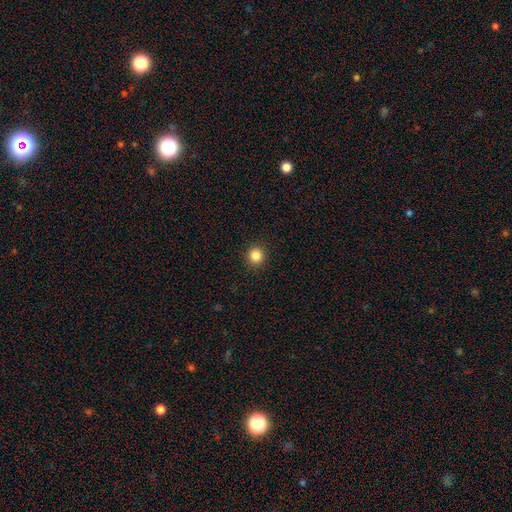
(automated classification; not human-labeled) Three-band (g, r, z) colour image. It shows a smooth galaxy with no disk features (86%) that is round (92%). Merging: none (92%).